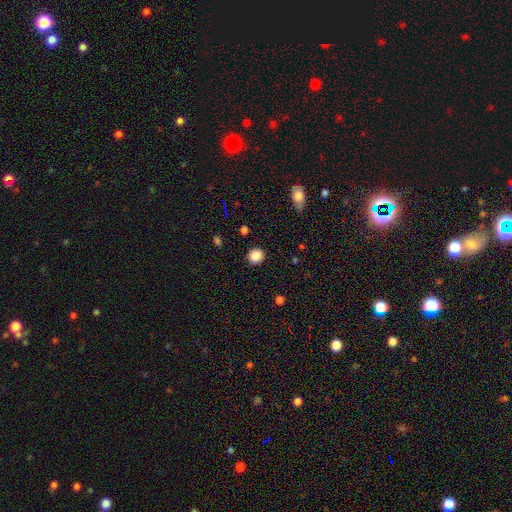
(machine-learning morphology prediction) This appears to be a smooth galaxy with no disk features (87%) that is round (83%). Merging: none (89%).